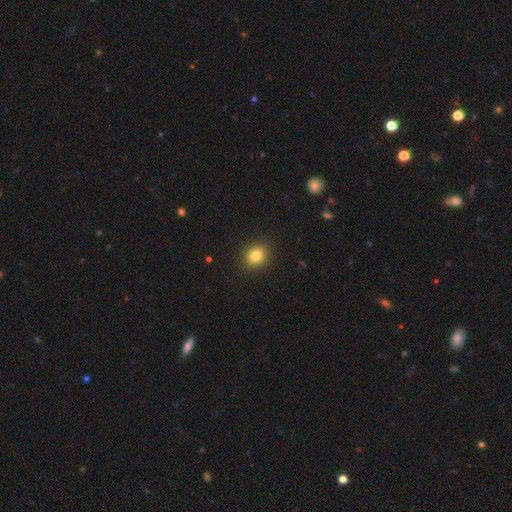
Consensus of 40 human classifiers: Overall: smooth (85%). How rounded: round (71%). Merging: none (94%).